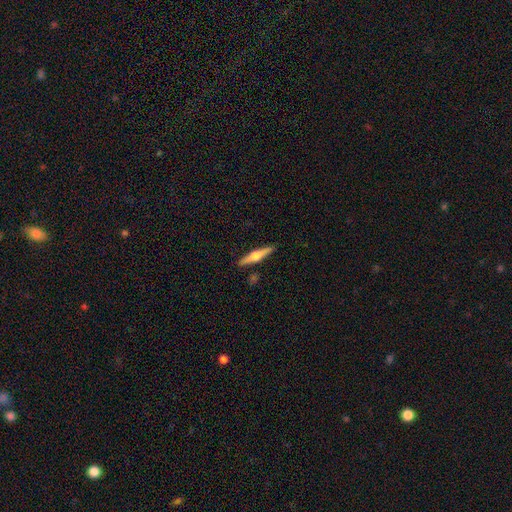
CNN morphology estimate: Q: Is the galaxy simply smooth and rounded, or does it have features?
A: featured or disk — 61%.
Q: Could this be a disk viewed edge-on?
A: yes — 97%.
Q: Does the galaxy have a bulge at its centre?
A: rounded — 91%.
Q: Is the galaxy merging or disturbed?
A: none — 89%.